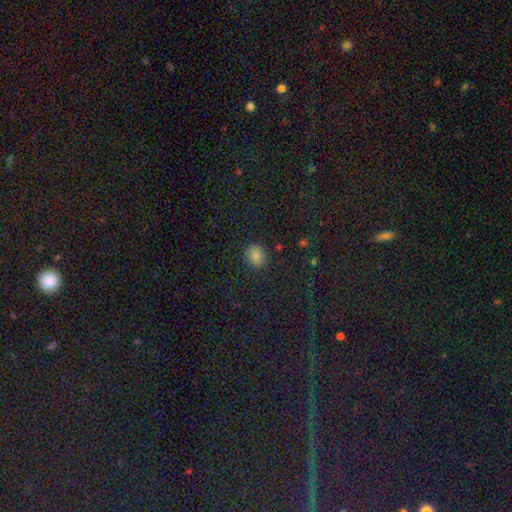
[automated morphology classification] A smooth galaxy with no disk features (81%) that is round (72%). Merging: none (88%).